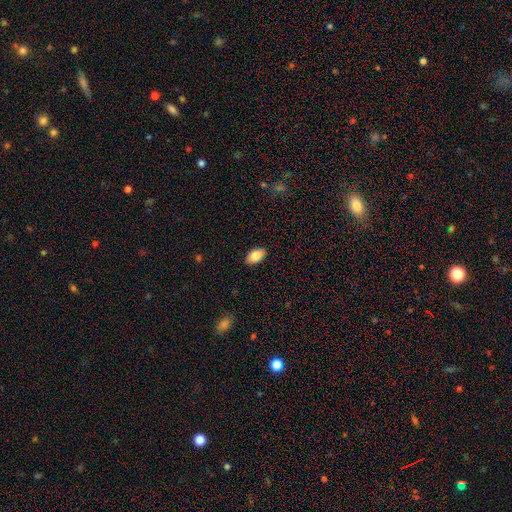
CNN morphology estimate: Smooth or featured? smooth (84%)
How rounded? in between (93%)
Merging? none (89%)